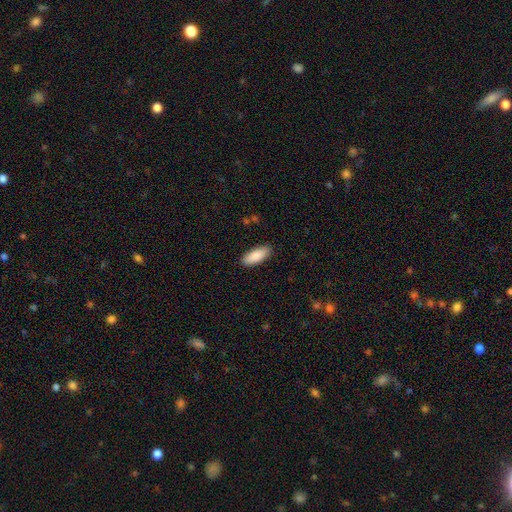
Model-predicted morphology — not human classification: The model was most divided on "how rounded": in between: 81%, cigar-shaped: 17%, round: 2%. More confident: smooth or featured — smooth (89%); merging — none (87%).